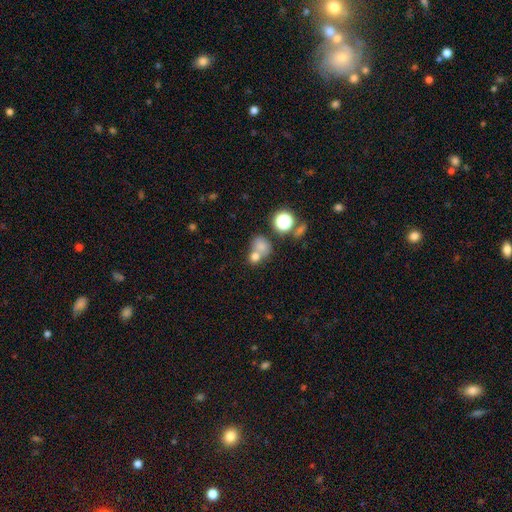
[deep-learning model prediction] This appears to be a smooth galaxy with no disk features (61%) that is round (66%). Merging: merger (49%).